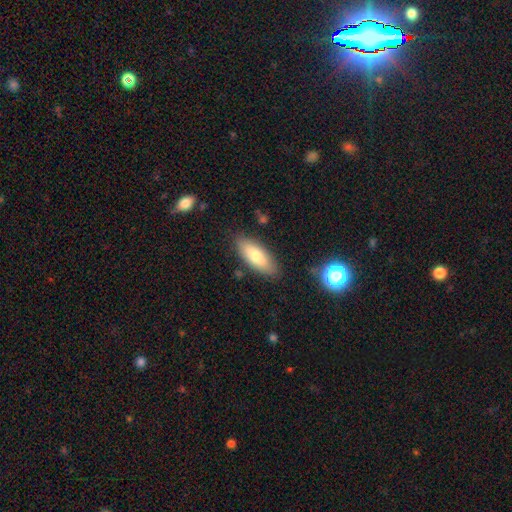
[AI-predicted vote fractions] smooth 74%, featured or disk 19%, star or artifact 7%. Down the decision tree: how rounded — in between (72%); merging — none (84%).